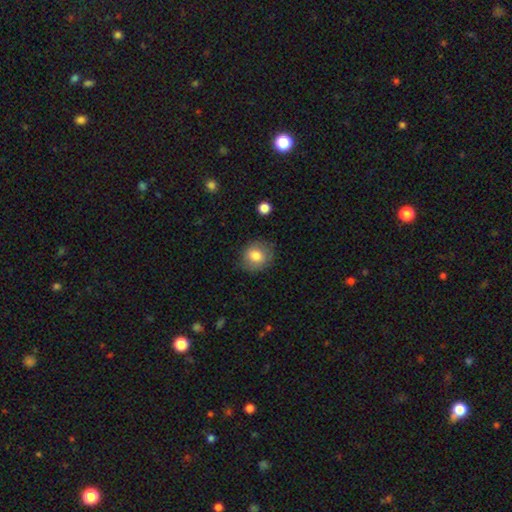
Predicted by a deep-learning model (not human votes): smooth-or-featured: smooth: 79% | featured or disk: 13% | star or artifact: 9%
  how-rounded: round: 78% | in between: 21% | cigar-shaped: 1%
  merging: none: 81% | minor disturbance: 14% | major disturbance: 4% | merger: 1%